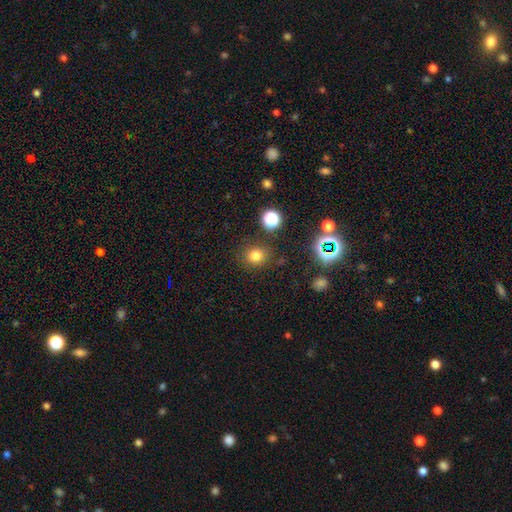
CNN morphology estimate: Overall: smooth (75%). How rounded: round (79%). Merging: none (83%).